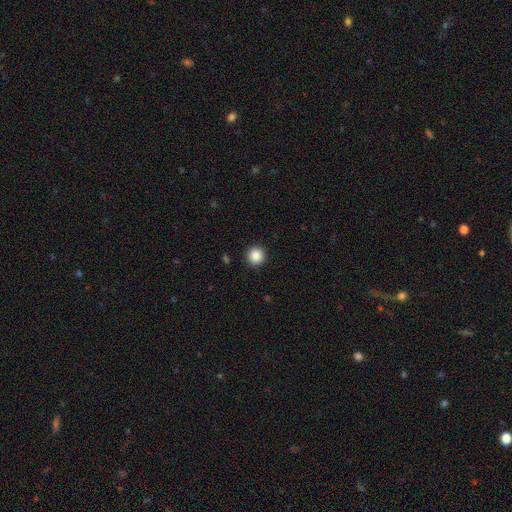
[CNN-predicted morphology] A smooth galaxy with no disk features (87%) that is round (94%).

Vote fractions:
- Smooth or featured? smooth: 87% / star or artifact: 9% / featured or disk: 3%
- How rounded? round: 94% / in between: 5% / cigar-shaped: 1%
- Merging? none: 92% / minor disturbance: 5% / major disturbance: 2% / merger: 1%